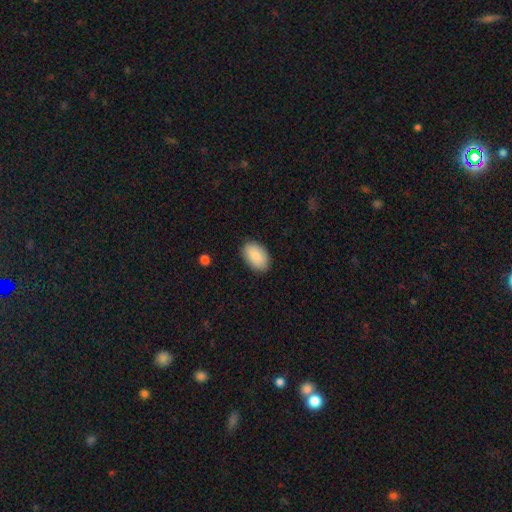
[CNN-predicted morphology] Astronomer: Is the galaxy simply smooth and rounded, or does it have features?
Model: smooth — 89%.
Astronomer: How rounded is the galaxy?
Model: in between — 92%.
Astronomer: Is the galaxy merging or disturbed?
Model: none — 86%.